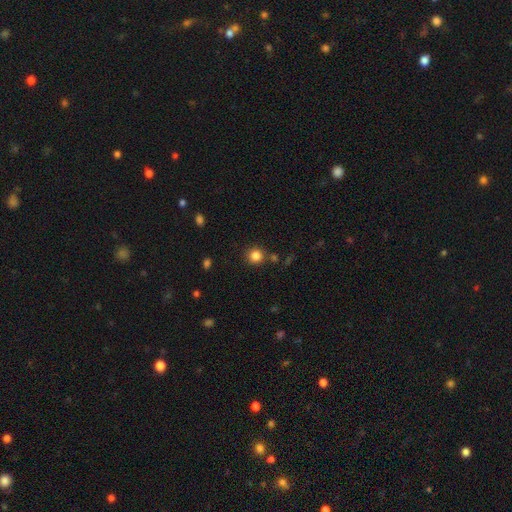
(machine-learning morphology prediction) smooth-or-featured: smooth: 84% | star or artifact: 12% | featured or disk: 4%
  how-rounded: round: 92% | in between: 7% | cigar-shaped: 1%
  merging: none: 84% | minor disturbance: 8% | merger: 5% | major disturbance: 3%